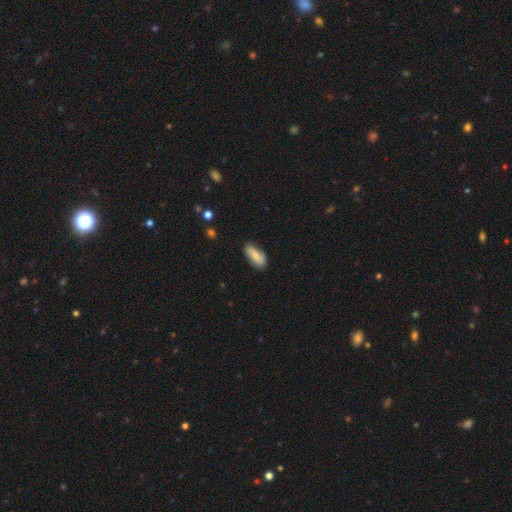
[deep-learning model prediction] Smooth or featured? Predicted: smooth (p=0.81). How rounded? Predicted: in between (p=0.83). Merging? Predicted: none (p=0.77).